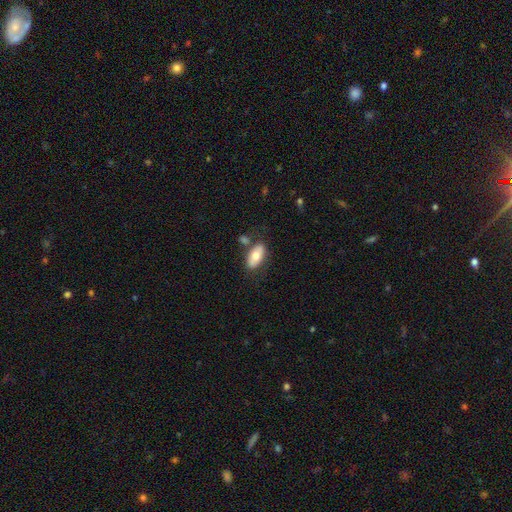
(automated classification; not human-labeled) smooth 71%, featured or disk 23%, star or artifact 6%. Down the decision tree: how rounded — in between (92%); merging — none (69%).